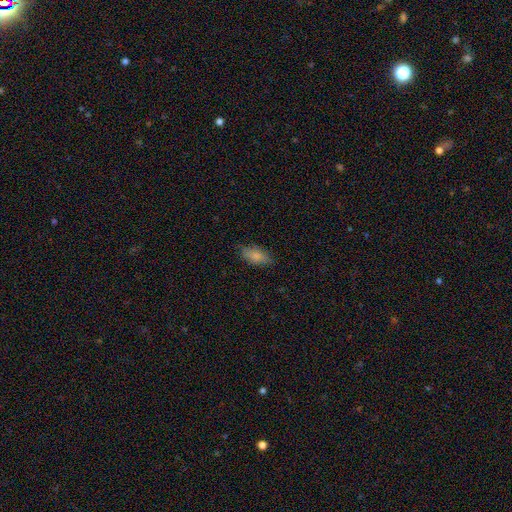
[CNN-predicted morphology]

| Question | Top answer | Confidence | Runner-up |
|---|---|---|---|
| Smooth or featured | smooth | 82% | featured or disk (10%) |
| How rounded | in between | 87% | cigar-shaped (10%) |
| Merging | none | 80% | minor disturbance (16%) |